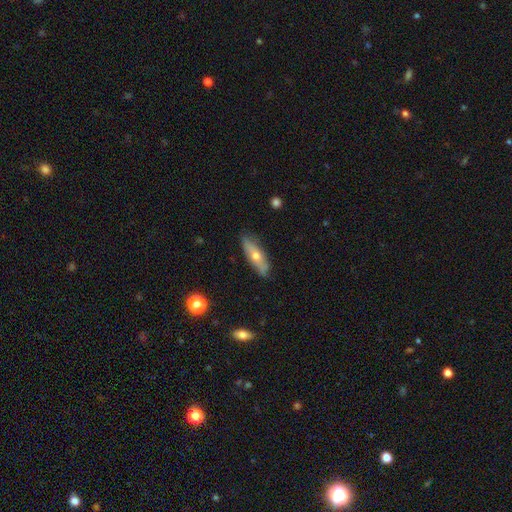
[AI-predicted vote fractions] A smooth galaxy with no disk features (51%) that is cigar-shaped (53%).

Vote fractions:
- Smooth or featured? smooth: 51% / featured or disk: 43% / star or artifact: 6%
- How rounded? cigar-shaped: 53% / in between: 44% / round: 3%
- Merging? none: 82% / minor disturbance: 14% / major disturbance: 2% / merger: 1%